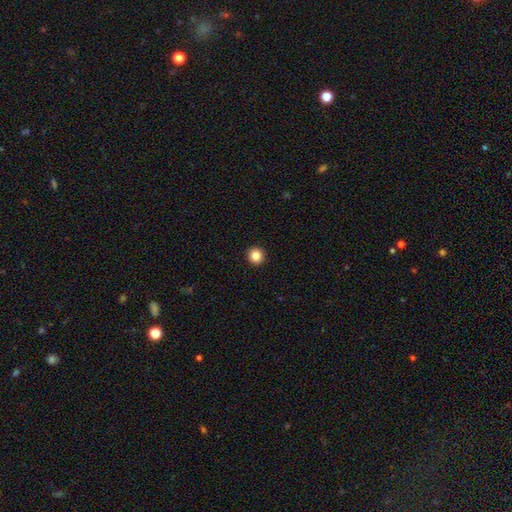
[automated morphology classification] Smooth or featured: smooth — 85% (star or artifact — 10%)
How rounded: round — 96% (in between — 3%)
Merging: none — 94% (minor disturbance — 3%)